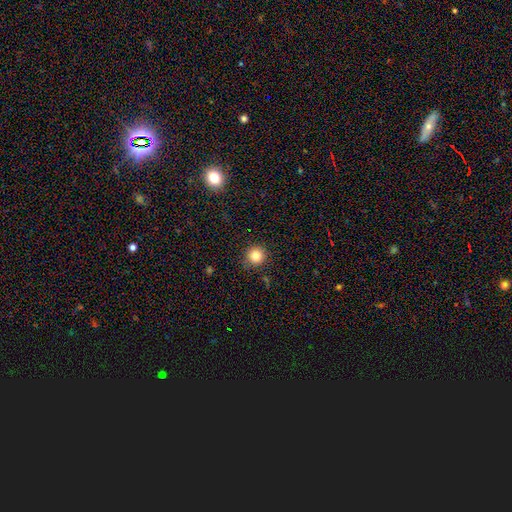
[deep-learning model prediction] smooth_or_featured: smooth (p=0.82) [alt: star or artifact p=0.12]
how_rounded: round (p=0.94) [alt: in between p=0.05]
merging: none (p=0.89) [alt: minor disturbance p=0.08]